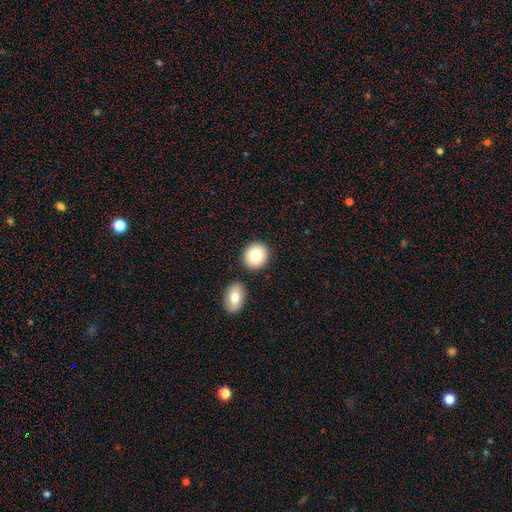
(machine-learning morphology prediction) Smooth or featured?
  - smooth: 82% *
  - featured or disk: 10%
  - star or artifact: 8%
How rounded?
  - round: 75% *
  - in between: 24%
  - cigar-shaped: 1%
Merging?
  - none: 81% *
  - merger: 10%
  - minor disturbance: 7%
  - major disturbance: 2%